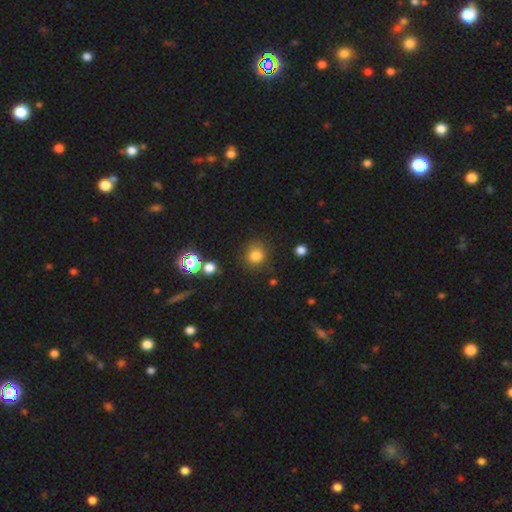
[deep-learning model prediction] smooth_or_featured: smooth (p=0.80) [alt: star or artifact p=0.14]
how_rounded: round (p=0.86) [alt: in between p=0.13]
merging: none (p=0.81) [alt: minor disturbance p=0.11]